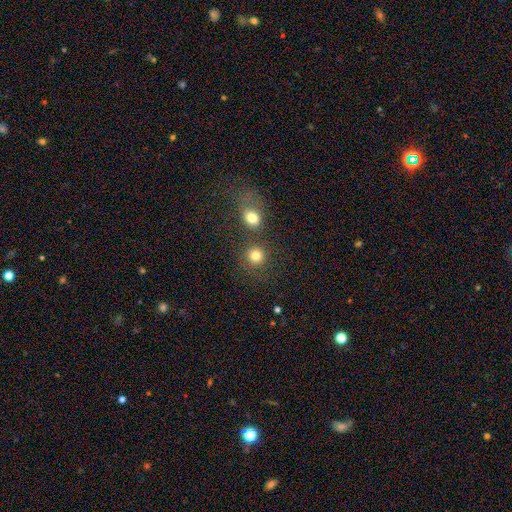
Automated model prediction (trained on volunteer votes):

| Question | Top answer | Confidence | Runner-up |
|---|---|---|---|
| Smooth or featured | smooth | 81% | star or artifact (13%) |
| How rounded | round | 90% | in between (9%) |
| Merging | none | 70% | merger (18%) |